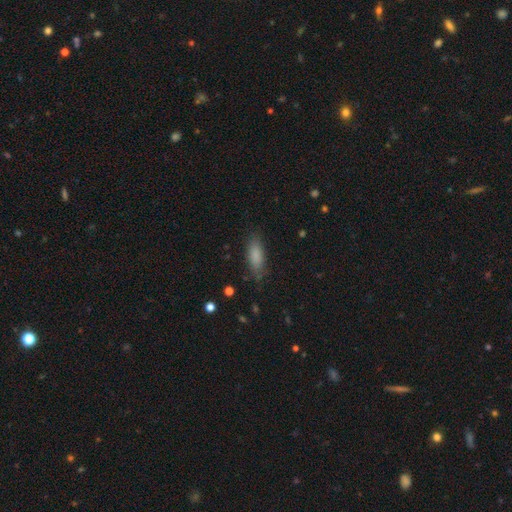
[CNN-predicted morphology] Smooth or featured: smooth — 84% (featured or disk — 9%)
How rounded: in between — 67% (cigar-shaped — 31%)
Merging: none — 79% (minor disturbance — 15%)